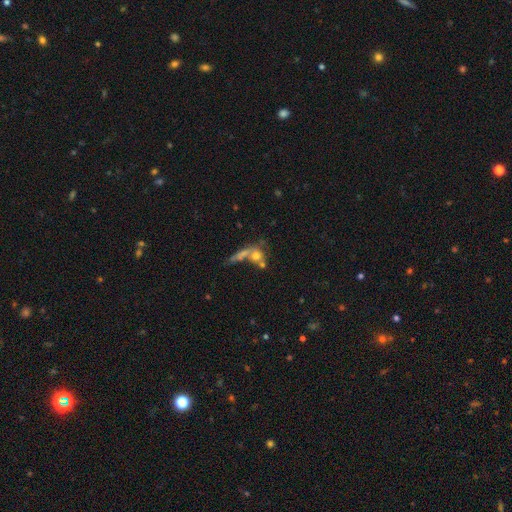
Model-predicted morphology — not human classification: Overall: smooth (57%; featured or disk 29%). How rounded: round (56%; in between 33%). Merging: merger (44%; none 26%).